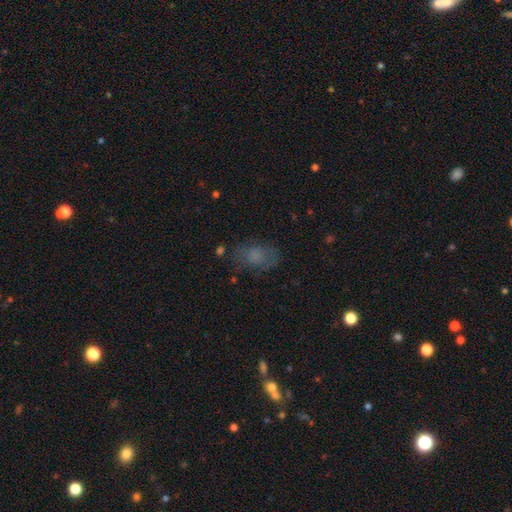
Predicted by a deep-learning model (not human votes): Overall: smooth (61%; featured or disk 22%). How rounded: in between (82%). Merging: none (63%).